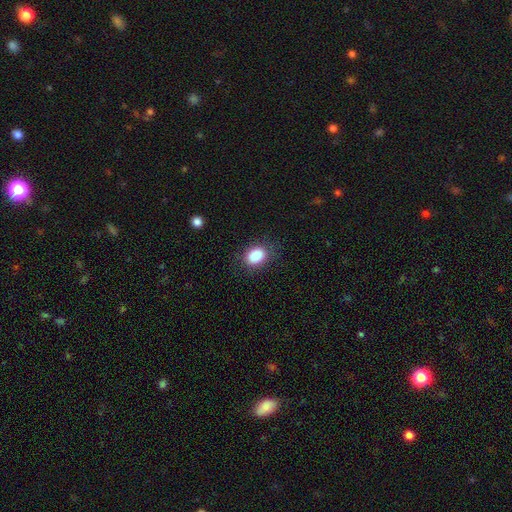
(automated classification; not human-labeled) This appears to be a smooth galaxy with no disk features (88%) that is in between round and cigar-shaped (72%). Merging: none (80%).